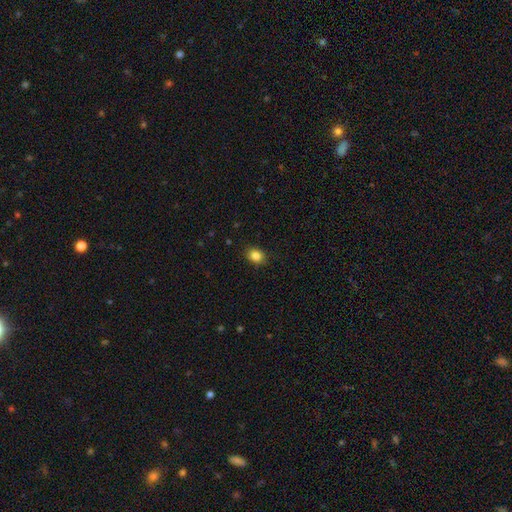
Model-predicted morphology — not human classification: The model was most divided on "how rounded": round: 51%, in between: 48%, cigar-shaped: 1%. More confident: merging — none (87%); smooth or featured — smooth (85%).